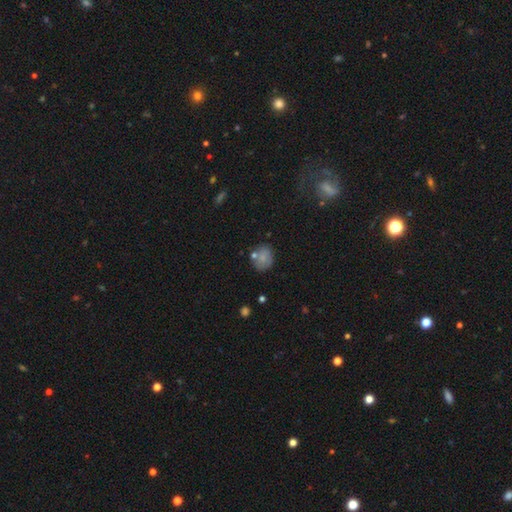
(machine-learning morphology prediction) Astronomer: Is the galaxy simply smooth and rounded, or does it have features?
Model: smooth — 63%.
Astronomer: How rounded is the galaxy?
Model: round — 63%.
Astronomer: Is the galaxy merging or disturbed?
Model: none — 68%.